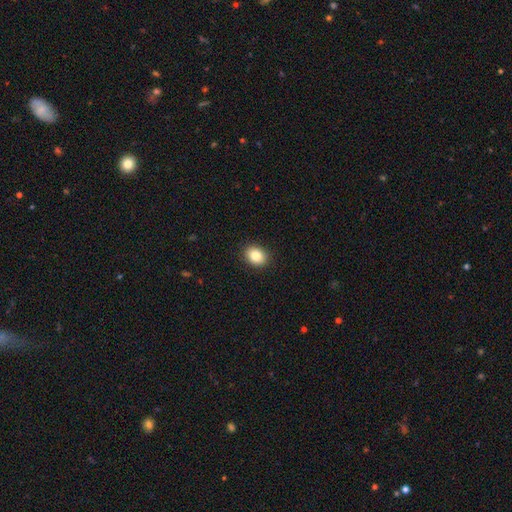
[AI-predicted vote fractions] The model was most divided on "how rounded": in between: 57%, round: 43%, cigar-shaped: 1%. More confident: merging — none (90%); smooth or featured — smooth (85%).